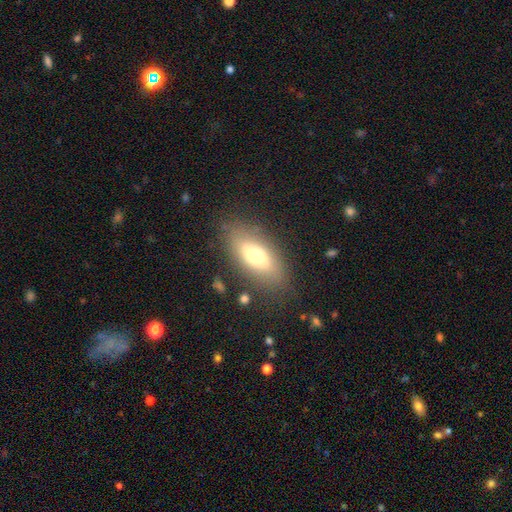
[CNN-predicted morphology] smooth 60%, featured or disk 32%, star or artifact 8%. Down the decision tree: how rounded — in between (85%); merging — none (81%).